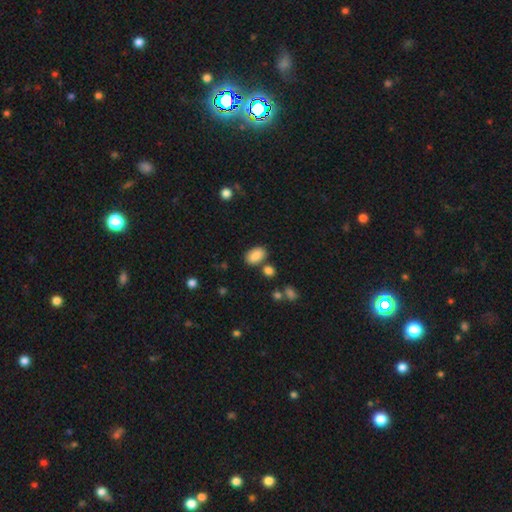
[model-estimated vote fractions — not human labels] The model was most divided on "merging": none: 73%, minor disturbance: 12%, merger: 11%, major disturbance: 4%. More confident: how rounded — in between (89%); smooth or featured — smooth (87%).